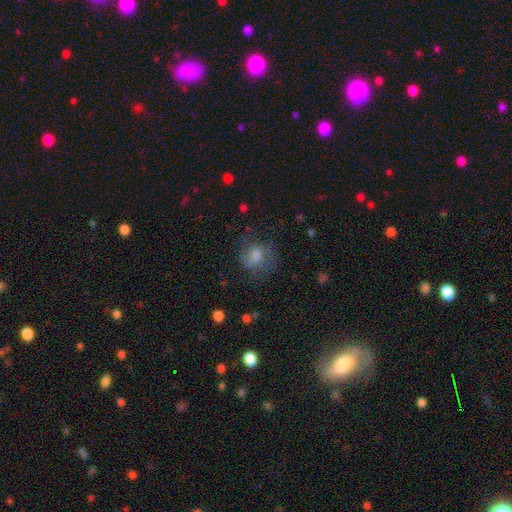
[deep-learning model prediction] A smooth galaxy with no disk features (49%).

Vote fractions:
- Smooth or featured? smooth: 49% / featured or disk: 36% / star or artifact: 15%
- Merging? none: 62% / minor disturbance: 21% / major disturbance: 15% / merger: 2%